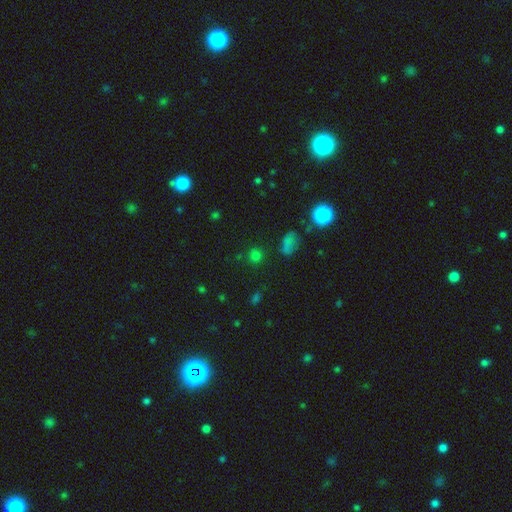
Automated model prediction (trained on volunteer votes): smooth-or-featured: smooth: 66% | star or artifact: 28% | featured or disk: 6%
  how-rounded: round: 86% | in between: 12% | cigar-shaped: 1%
  merging: none: 80% | minor disturbance: 10% | merger: 6% | major disturbance: 4%